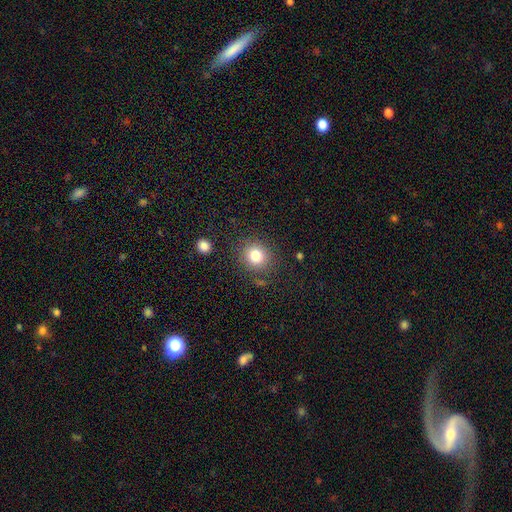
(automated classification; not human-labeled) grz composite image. It shows a smooth galaxy with no disk features (80%) that is round (83%). Merging: none (84%).